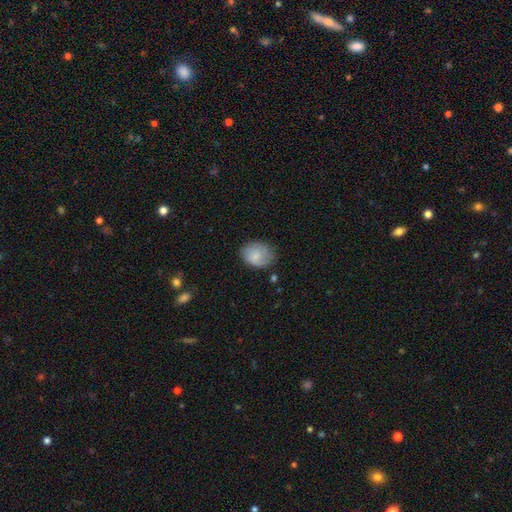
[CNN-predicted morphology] A smooth galaxy with no disk features (70%) that is in between round and cigar-shaped (61%). Merging: none (65%).